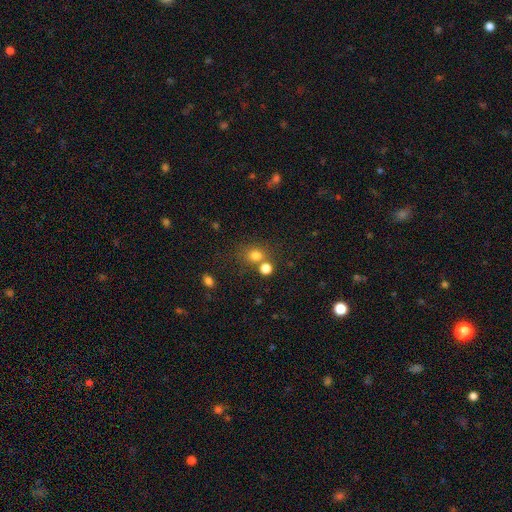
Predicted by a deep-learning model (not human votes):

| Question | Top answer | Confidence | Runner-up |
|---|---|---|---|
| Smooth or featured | smooth | 77% | star or artifact (16%) |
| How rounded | round | 71% | in between (28%) |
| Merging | none | 61% | merger (23%) |